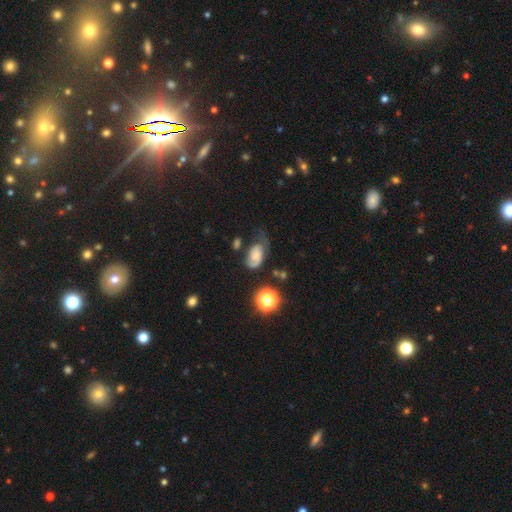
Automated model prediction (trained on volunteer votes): Overall: smooth (45%; featured or disk 44%). Merging: none (33%; major disturbance 32%).